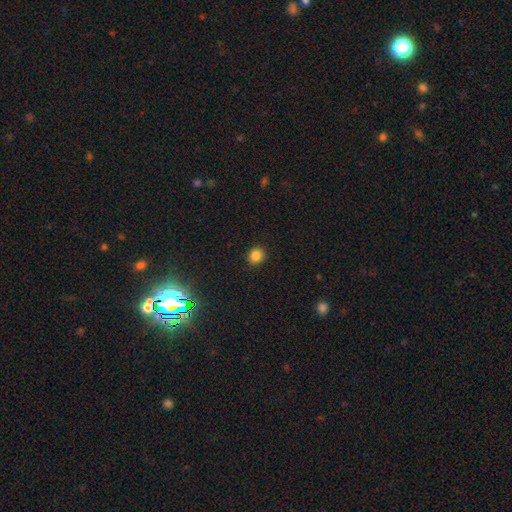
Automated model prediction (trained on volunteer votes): A smooth galaxy with no disk features (84%) that is round (84%).

Vote fractions:
- Smooth or featured? smooth: 84% / star or artifact: 12% / featured or disk: 4%
- How rounded? round: 84% / in between: 15% / cigar-shaped: 1%
- Merging? none: 91% / minor disturbance: 6% / major disturbance: 2% / merger: 1%